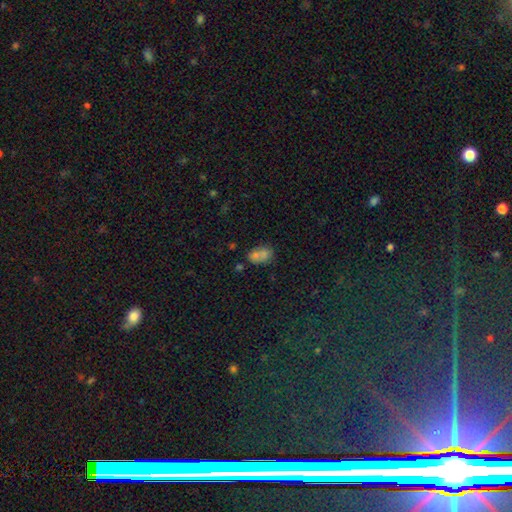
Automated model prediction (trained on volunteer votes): Overall: smooth (68%). How rounded: in between (74%). Merging: none (45%; merger 33%).